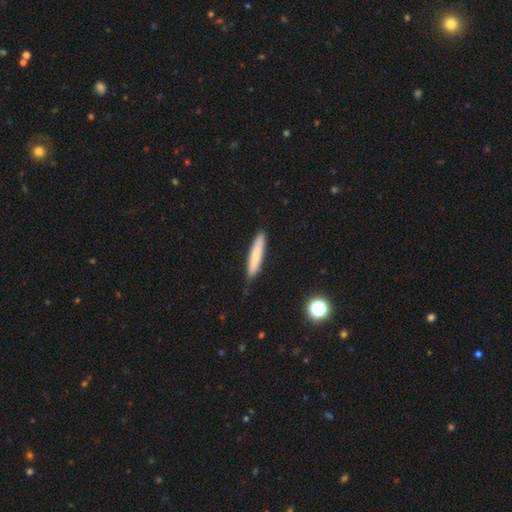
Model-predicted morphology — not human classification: This is likely a smooth galaxy (76%). How rounded: clearly cigar-shaped (89%). Merging: clearly none (86%).